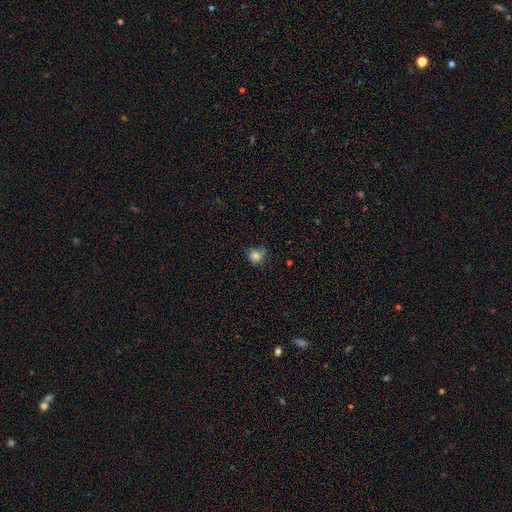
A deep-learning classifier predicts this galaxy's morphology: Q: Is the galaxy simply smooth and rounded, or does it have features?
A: smooth — 81%.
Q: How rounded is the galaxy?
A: round — 81%.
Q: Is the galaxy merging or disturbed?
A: none — 59%.